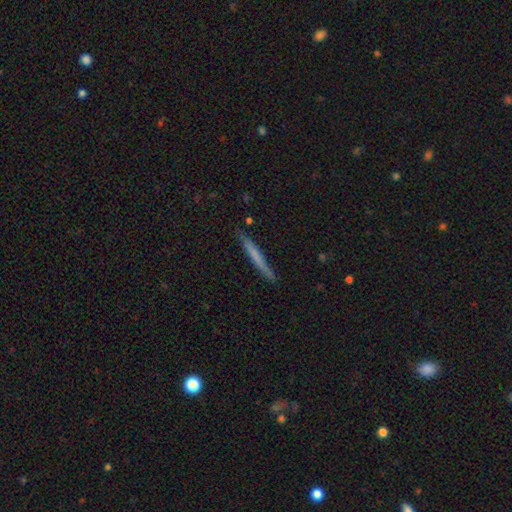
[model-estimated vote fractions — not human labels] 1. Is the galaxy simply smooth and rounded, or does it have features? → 56% smooth, 39% featured or disk, 6% star or artifact.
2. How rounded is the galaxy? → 96% cigar-shaped, 2% in between, 1% round.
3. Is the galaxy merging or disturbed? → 86% none, 10% minor disturbance, 2% major disturbance, 2% merger.